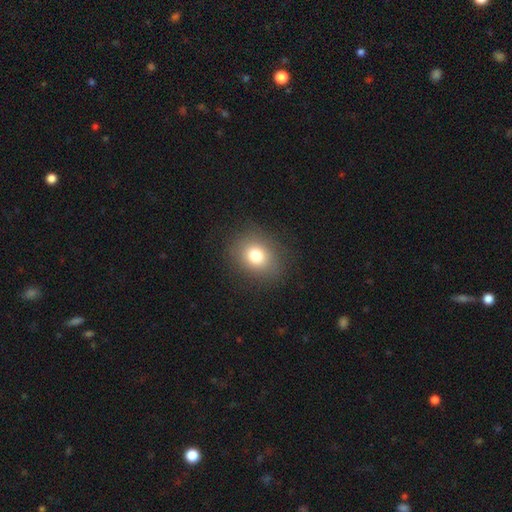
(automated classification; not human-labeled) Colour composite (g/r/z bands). It shows a smooth galaxy with no disk features (77%) that is round (61%). Merging: none (86%).